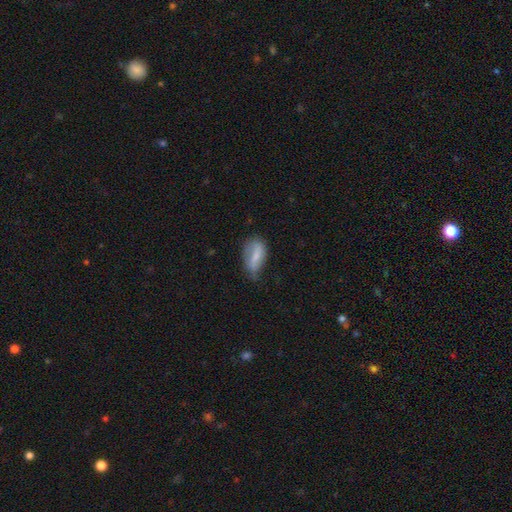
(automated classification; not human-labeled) Smooth or featured? Predicted: smooth (p=0.63). How rounded? Predicted: in between (p=0.88). Merging? Predicted: none (p=0.42).